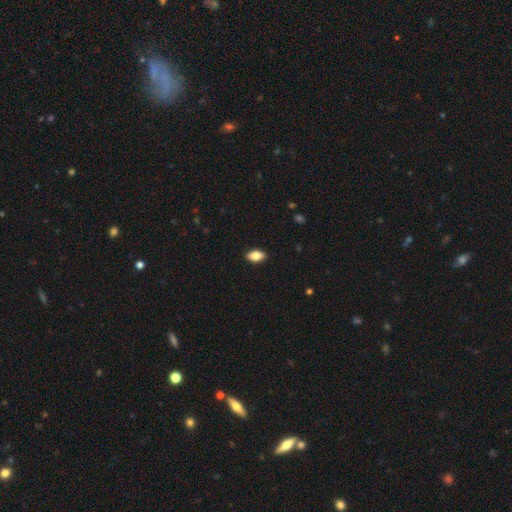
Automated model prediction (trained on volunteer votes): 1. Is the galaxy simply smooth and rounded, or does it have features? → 82% smooth, 11% featured or disk, 7% star or artifact.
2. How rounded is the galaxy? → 90% in between, 5% cigar-shaped, 5% round.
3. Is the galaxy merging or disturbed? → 89% none, 9% minor disturbance, 2% major disturbance, 1% merger.